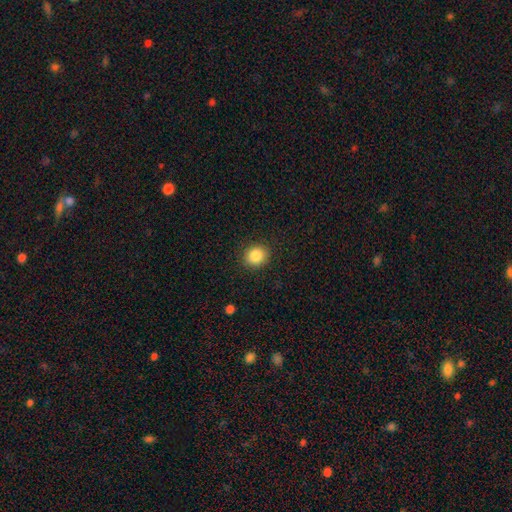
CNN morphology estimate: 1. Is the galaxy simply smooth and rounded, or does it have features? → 86% smooth, 9% star or artifact, 5% featured or disk.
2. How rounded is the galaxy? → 73% round, 26% in between, 1% cigar-shaped.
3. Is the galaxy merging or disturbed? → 89% none, 8% minor disturbance, 2% major disturbance, 1% merger.